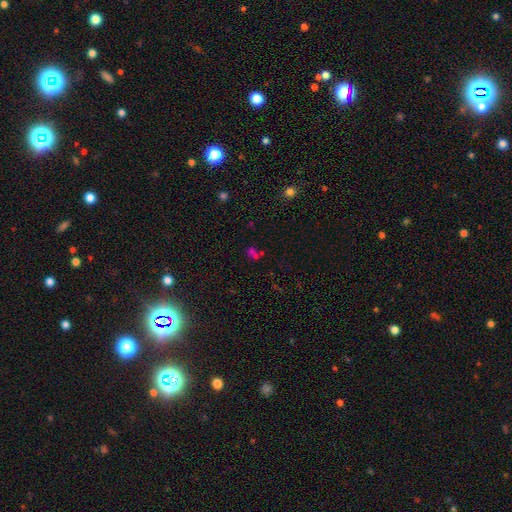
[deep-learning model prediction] smooth 45%, star or artifact 43%, featured or disk 13%. Down the decision tree: merging — none (43%).